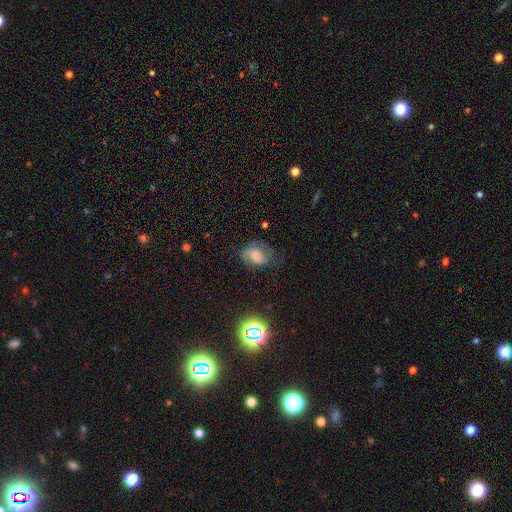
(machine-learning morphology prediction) smooth_or_featured: smooth (p=0.44) [tied with: featured or disk p=0.44]
merging: none (p=0.48) [alt: minor disturbance p=0.28]